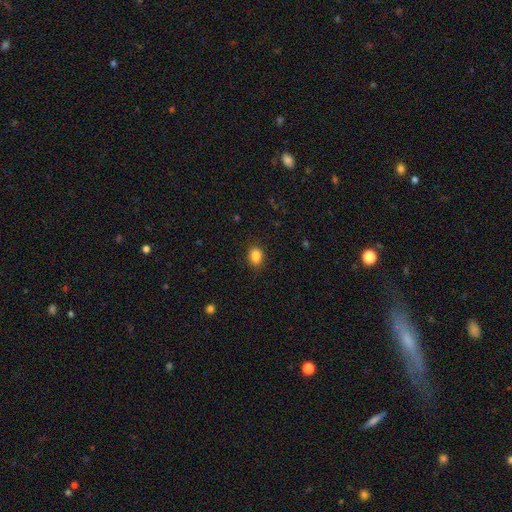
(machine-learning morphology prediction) smooth 85%, star or artifact 10%, featured or disk 4%. Down the decision tree: how rounded — in between (65%); merging — none (78%).